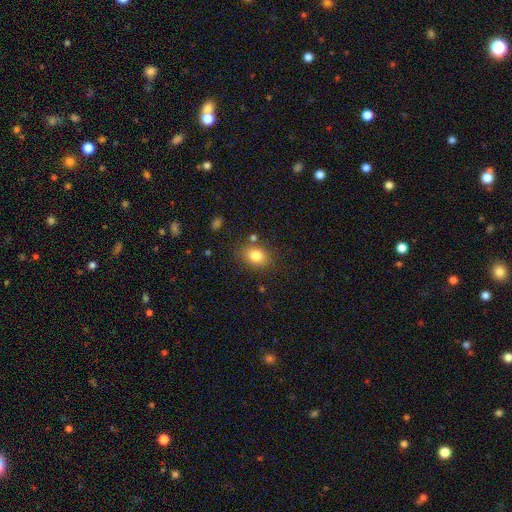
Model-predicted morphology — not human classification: A smooth galaxy with no disk features (82%) that is in between round and cigar-shaped (60%).

Vote fractions:
- Smooth or featured? smooth: 82% / star or artifact: 10% / featured or disk: 8%
- How rounded? in between: 60% / round: 39% / cigar-shaped: 1%
- Merging? none: 77% / minor disturbance: 14% / merger: 6% / major disturbance: 4%